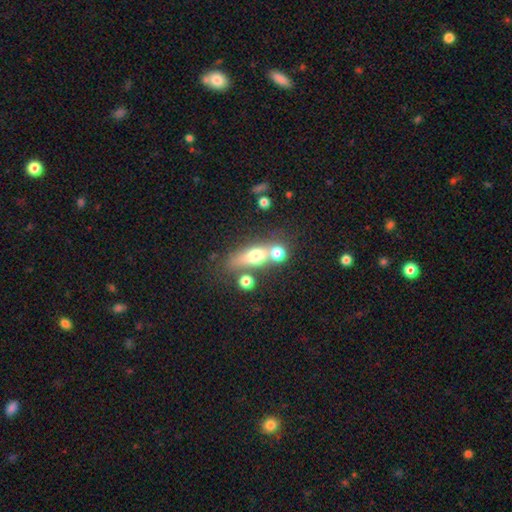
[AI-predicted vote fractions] Smooth or featured: smooth — 62% (featured or disk — 27%)
How rounded: in between — 44% (cigar-shaped — 31%)
Merging: merger — 44% (none — 38%)